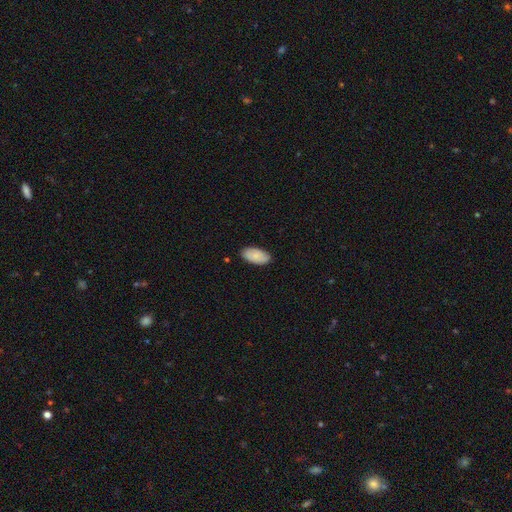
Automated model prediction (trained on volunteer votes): Overall: smooth (86%). How rounded: in between (95%). Merging: none (87%).